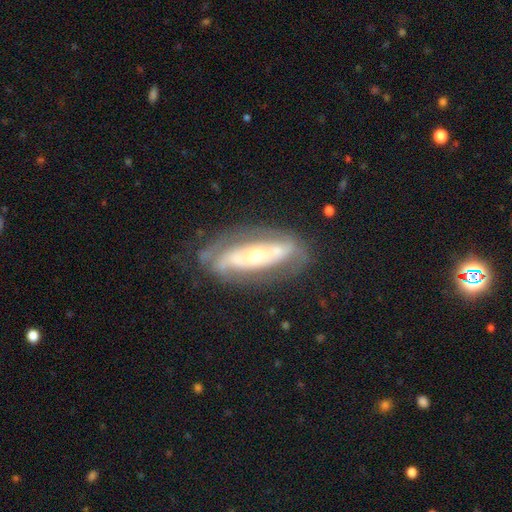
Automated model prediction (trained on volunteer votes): smooth_or_featured: featured or disk (p=0.75) [alt: smooth p=0.19]
disk_edge_on: no (p=0.81) [alt: yes p=0.19]
bar: no (p=0.56) [alt: strong p=0.26]
has_spiral_arms: yes (p=0.66) [alt: no p=0.34]
bulge_size: moderate (p=0.49) [alt: small p=0.43]
merging: none (p=0.68) [alt: minor disturbance p=0.19]